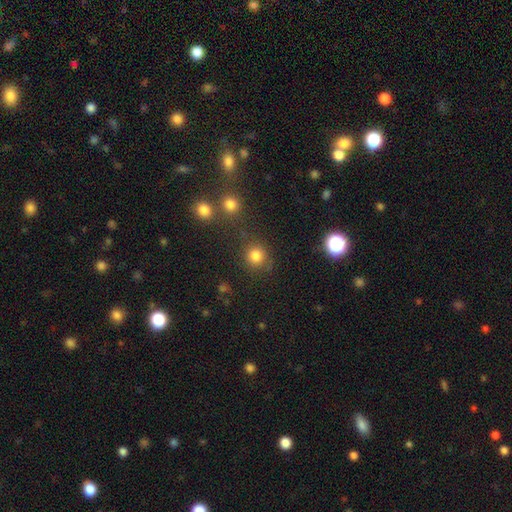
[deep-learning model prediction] Overall: smooth (81%). How rounded: round (89%). Merging: none (76%).